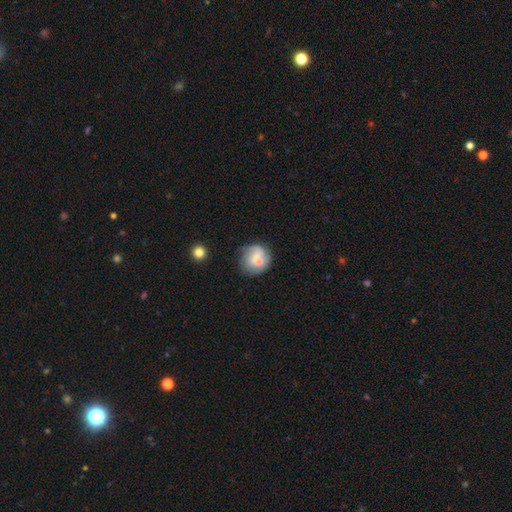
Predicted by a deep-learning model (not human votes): Smooth or featured: smooth — 55% (featured or disk — 37%)
How rounded: round — 79% (in between — 20%)
Merging: none — 51% (minor disturbance — 24%)